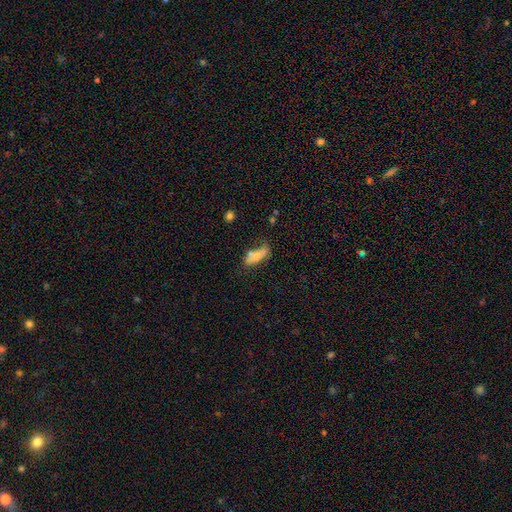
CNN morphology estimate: This appears to be a smooth galaxy with no disk features (60%) that is in between round and cigar-shaped (66%). Merging: none (39%).